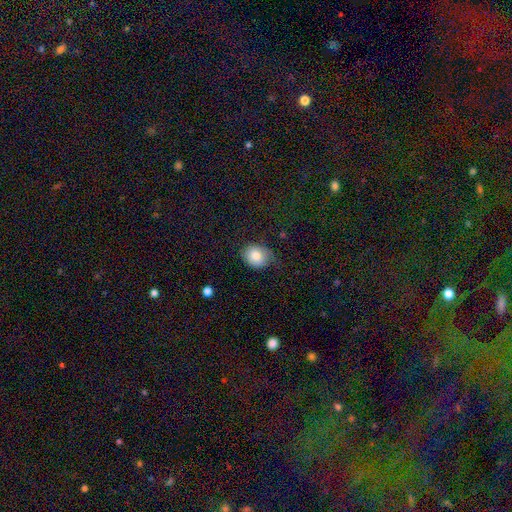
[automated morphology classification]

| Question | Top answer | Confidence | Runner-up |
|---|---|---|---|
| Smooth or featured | smooth | 80% | featured or disk (12%) |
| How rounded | round | 56% | in between (43%) |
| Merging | none | 61% | minor disturbance (28%) |